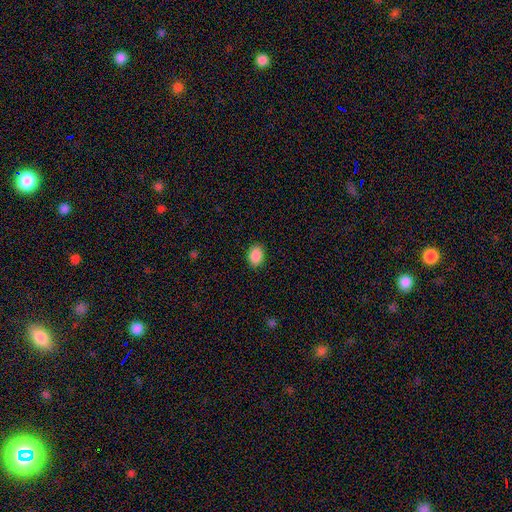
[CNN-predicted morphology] smooth_or_featured: smooth (p=0.89) [alt: star or artifact p=0.08]
how_rounded: in between (p=0.73) [alt: round p=0.26]
merging: none (p=0.90) [alt: minor disturbance p=0.07]